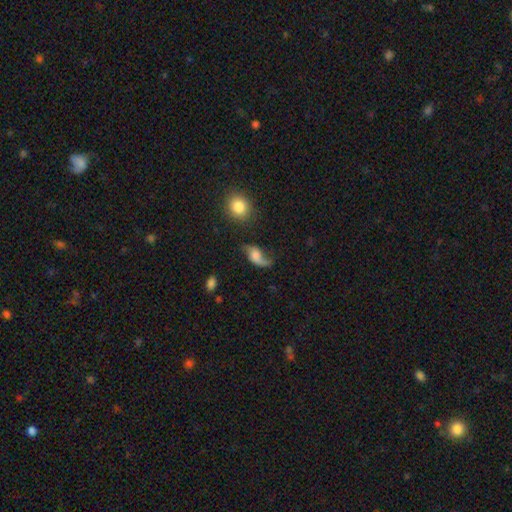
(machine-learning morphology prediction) Smooth or featured? featured or disk (70%)
Edge-on disk? no (95%)
Bar? no (63%)
Spiral arms? yes (93%)
Spiral winding? loose (85%)
Spiral arm count? 2 (79%)
Bulge size? moderate (34%)
Merging? none (51%)